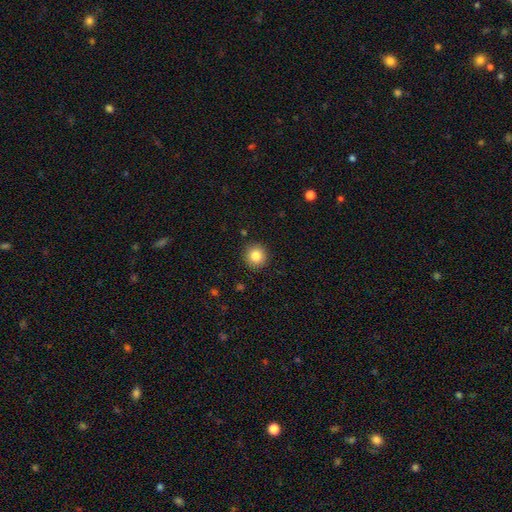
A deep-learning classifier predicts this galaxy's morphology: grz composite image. It shows a smooth galaxy with no disk features (85%) that is round (94%). Merging: none (90%).